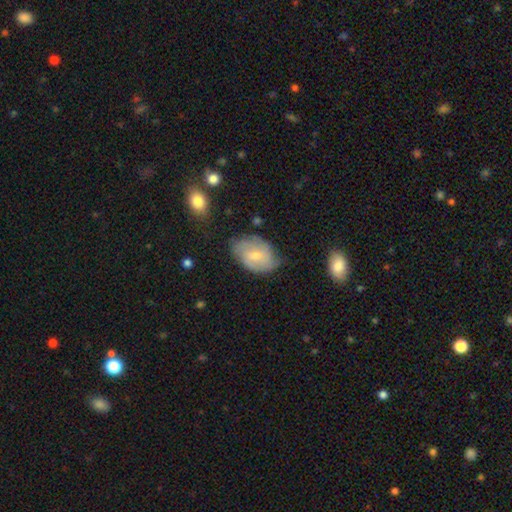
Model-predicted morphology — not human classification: Smooth or featured? Predicted: smooth (p=0.47). Merging? Predicted: none (p=0.57).